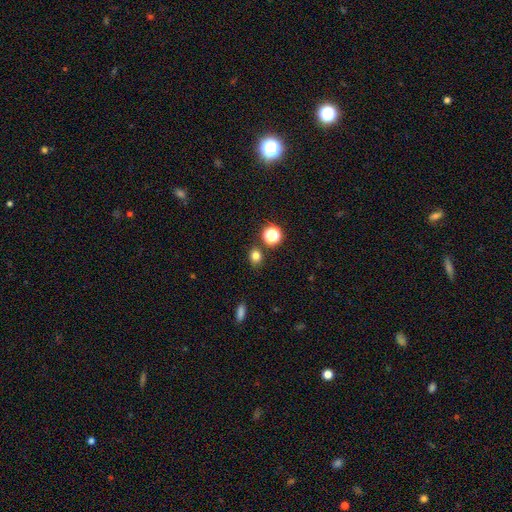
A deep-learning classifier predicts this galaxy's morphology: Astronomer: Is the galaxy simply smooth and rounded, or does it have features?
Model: smooth — 77%.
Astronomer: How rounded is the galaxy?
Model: round — 70%.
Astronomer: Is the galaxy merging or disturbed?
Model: none — 81%.